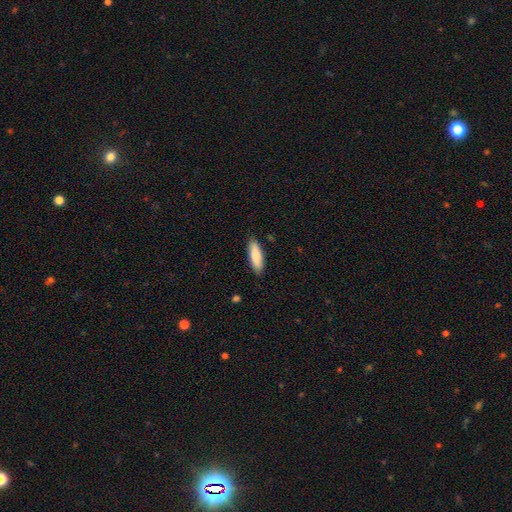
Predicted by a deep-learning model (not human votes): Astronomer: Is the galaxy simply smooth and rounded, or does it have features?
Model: smooth — 84%.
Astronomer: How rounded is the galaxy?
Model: in between — 51% (runner-up: cigar-shaped, 48%).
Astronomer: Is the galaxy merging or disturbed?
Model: none — 87%.